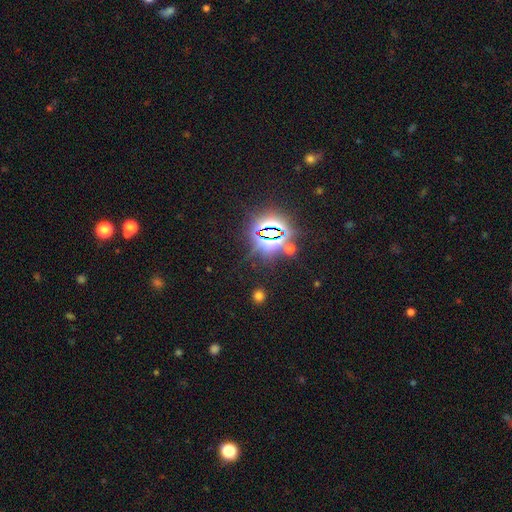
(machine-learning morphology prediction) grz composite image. It shows a star or artifact, not a galaxy (83%).